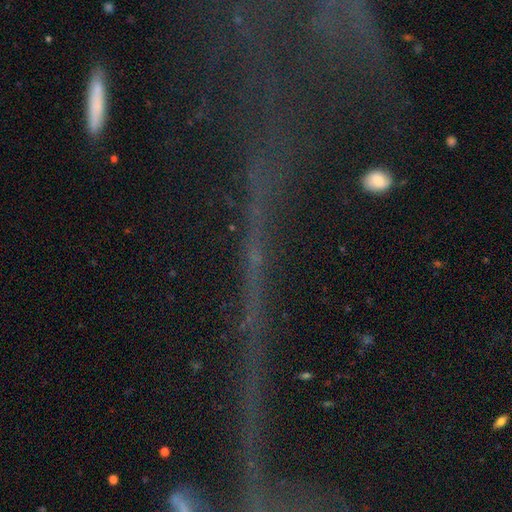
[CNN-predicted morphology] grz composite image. It shows a star or artifact, not a galaxy (60%).